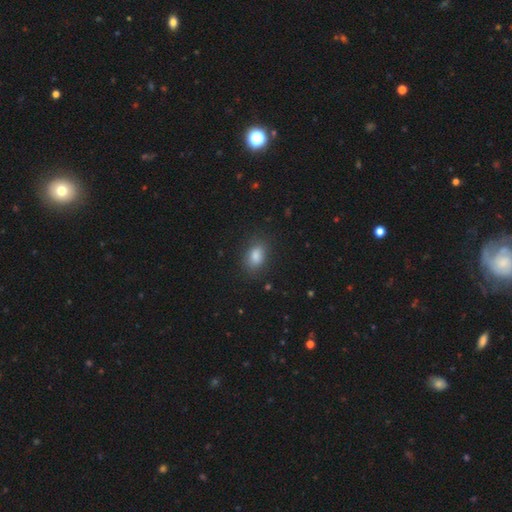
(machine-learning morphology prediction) smooth 83%, star or artifact 11%, featured or disk 6%. Down the decision tree: how rounded — in between (79%); merging — none (84%).